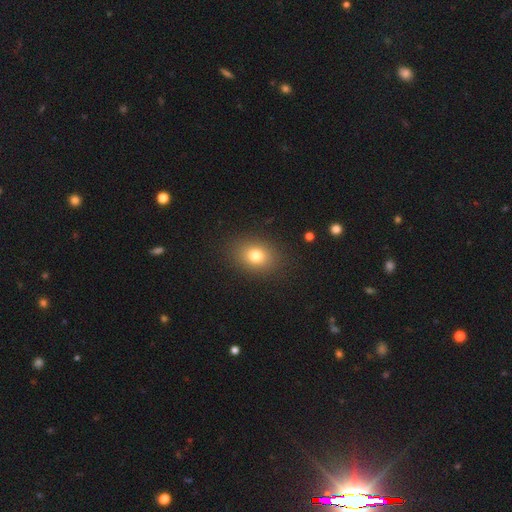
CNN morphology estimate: Overall: smooth (77%). How rounded: in between (57%; round 42%). Merging: none (88%).